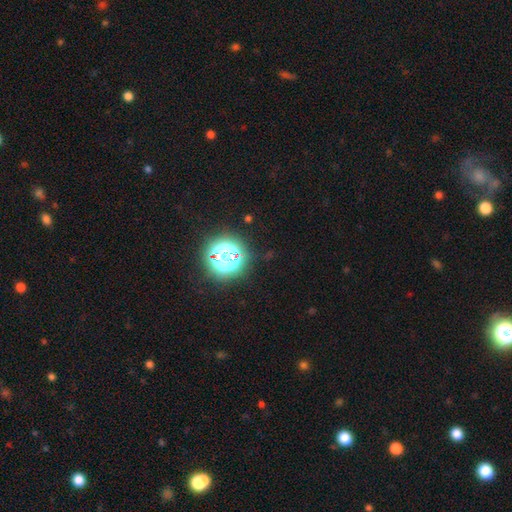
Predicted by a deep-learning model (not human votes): This is likely a star or artifact rather than a galaxy (80%).